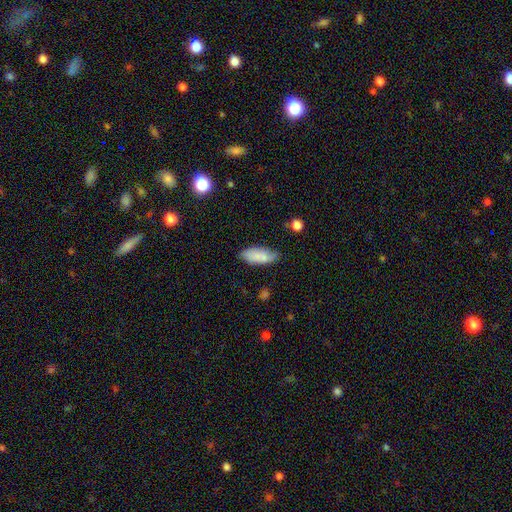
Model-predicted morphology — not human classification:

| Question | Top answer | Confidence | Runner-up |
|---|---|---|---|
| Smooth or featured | smooth | 80% | featured or disk (13%) |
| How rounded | in between | 83% | cigar-shaped (15%) |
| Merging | none | 69% | minor disturbance (23%) |